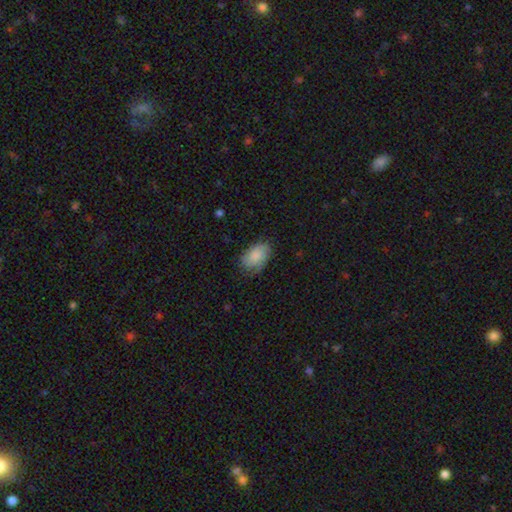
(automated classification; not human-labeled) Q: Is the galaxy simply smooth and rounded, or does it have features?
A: smooth — 64%.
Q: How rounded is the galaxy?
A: in between — 89%.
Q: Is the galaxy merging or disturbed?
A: none — 70%.